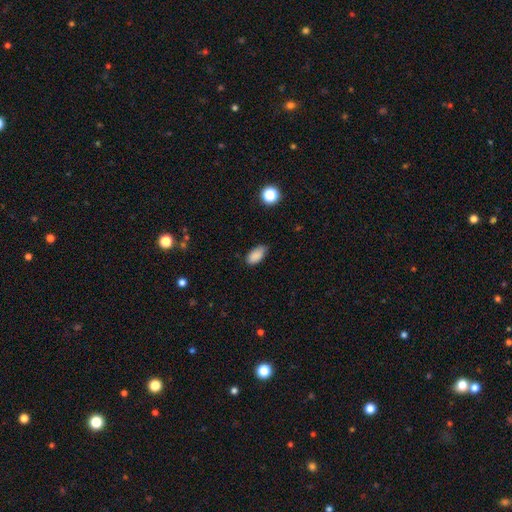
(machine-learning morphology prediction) The model was most divided on "merging": none: 69%, minor disturbance: 25%, major disturbance: 4%, merger: 1%. More confident: how rounded — in between (92%); smooth or featured — smooth (87%).